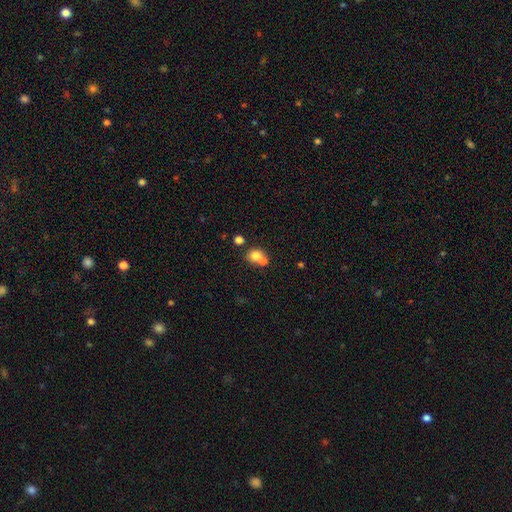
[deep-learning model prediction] smooth 76%, featured or disk 13%, star or artifact 12%. Down the decision tree: how rounded — round (73%); merging — merger (52%).